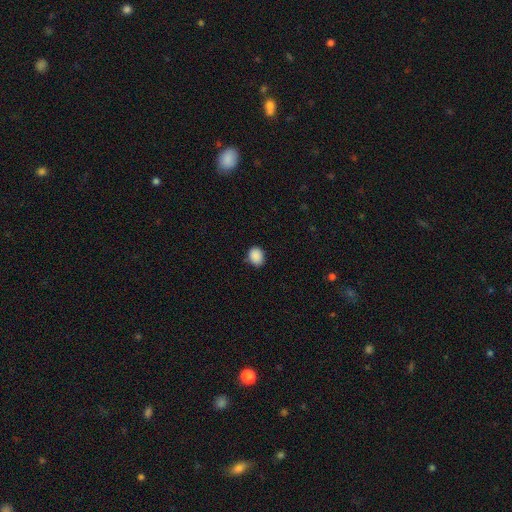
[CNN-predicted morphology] Smooth or featured? Predicted: smooth (p=0.89). How rounded? Predicted: in between (p=0.50). Merging? Predicted: none (p=0.82).